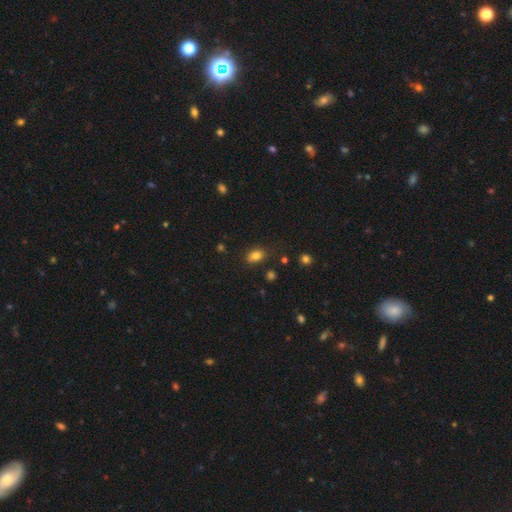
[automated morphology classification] This appears to be a smooth galaxy with no disk features (82%) that is in between round and cigar-shaped (79%). Merging: none (78%).